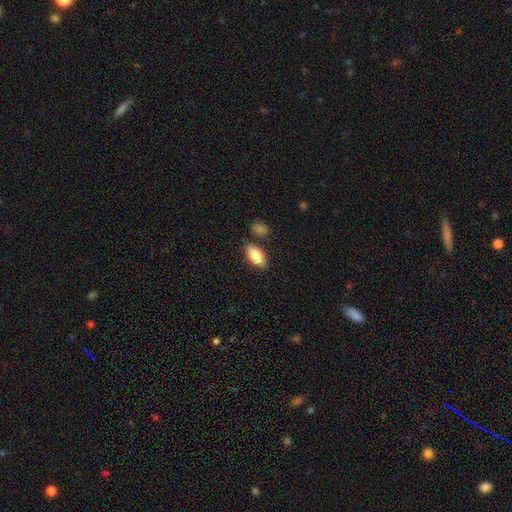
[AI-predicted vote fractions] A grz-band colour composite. It shows a smooth galaxy with no disk features (83%) that is in between round and cigar-shaped (91%). Merging: none (78%).